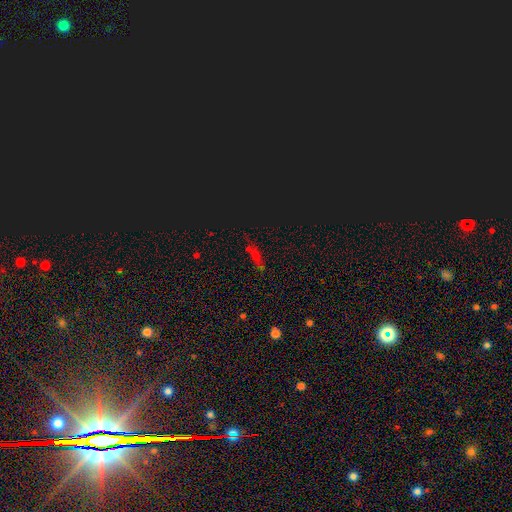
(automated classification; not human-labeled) Morphology: type=star or artifact (42%).